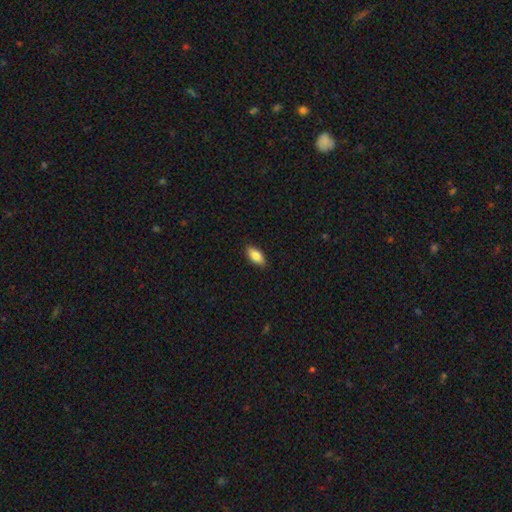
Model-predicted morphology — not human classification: Q: Smooth or featured?
A: smooth (84%); runner-up: featured or disk (9%)
Q: How rounded?
A: in between (89%); runner-up: cigar-shaped (8%)
Q: Merging?
A: none (88%); runner-up: minor disturbance (9%)